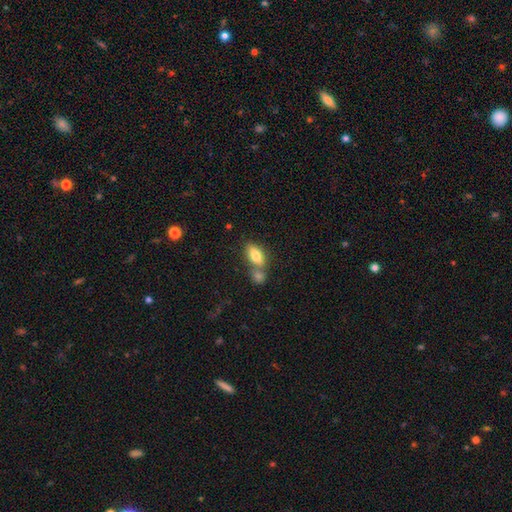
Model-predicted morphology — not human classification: The model was most divided on "merging": none: 44%, merger: 42%, minor disturbance: 10%, major disturbance: 4%. More confident: how rounded — in between (86%); smooth or featured — smooth (80%).